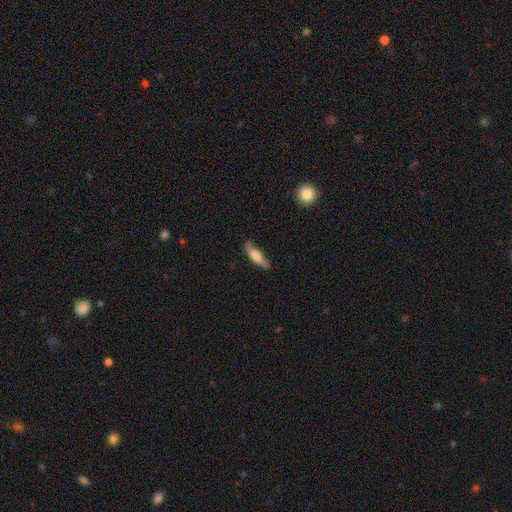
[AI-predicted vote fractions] The model was most divided on "how rounded": cigar-shaped: 63%, in between: 35%, round: 2%. More confident: merging — none (77%); smooth or featured — smooth (66%).